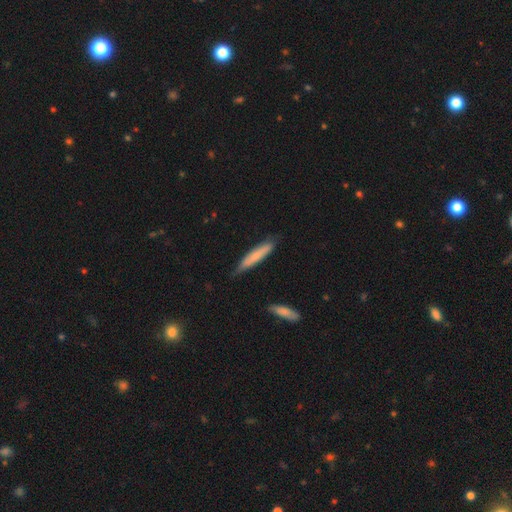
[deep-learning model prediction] Morphology: type=smooth (70%); roundness=cigar-shaped (89%); merging=none (75%).